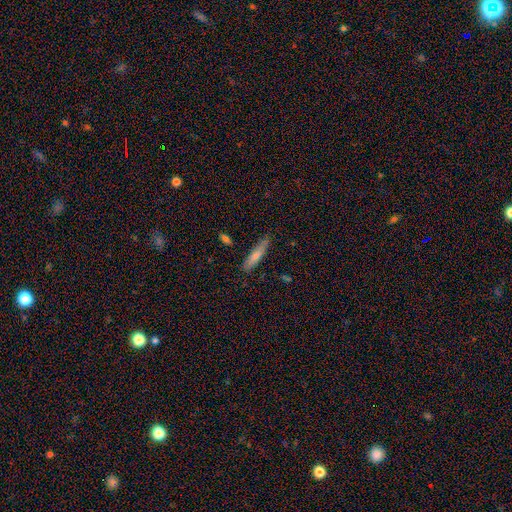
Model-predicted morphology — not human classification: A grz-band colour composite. It shows a smooth galaxy with no disk features (73%) that is cigar-shaped (81%). Merging: none (79%).